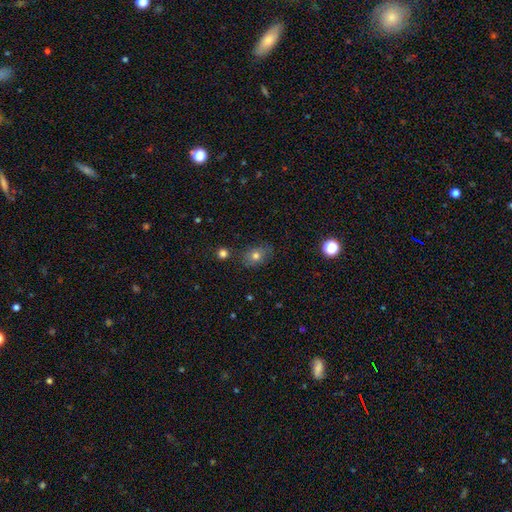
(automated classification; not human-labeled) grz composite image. It shows a smooth galaxy with no disk features (74%) that is in between round and cigar-shaped (61%). Merging: none (75%).